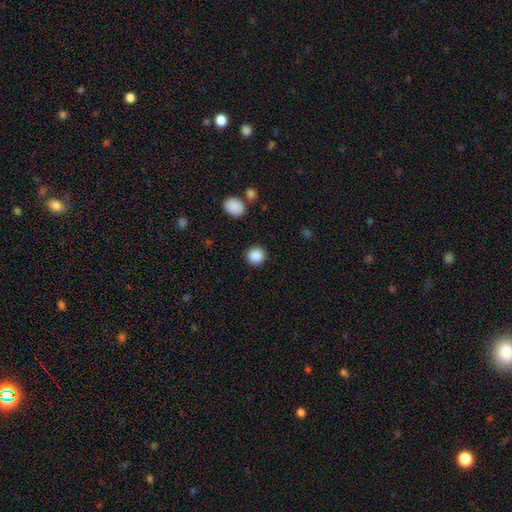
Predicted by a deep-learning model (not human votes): This appears to be a smooth galaxy with no disk features (88%) that is round (92%). Merging: none (91%).